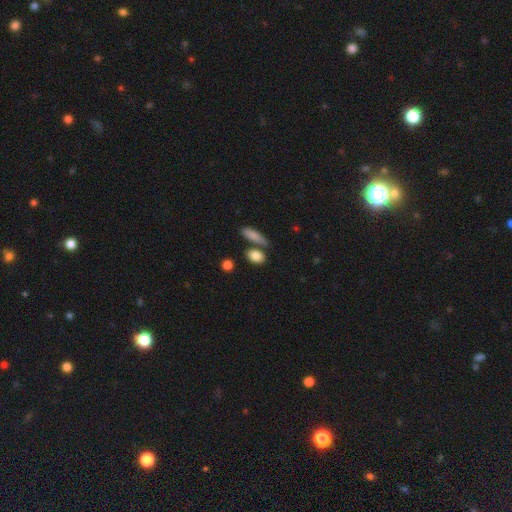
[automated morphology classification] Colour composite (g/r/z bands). It shows a smooth galaxy with no disk features (84%) that is in between round and cigar-shaped (74%). Merging: none (67%).